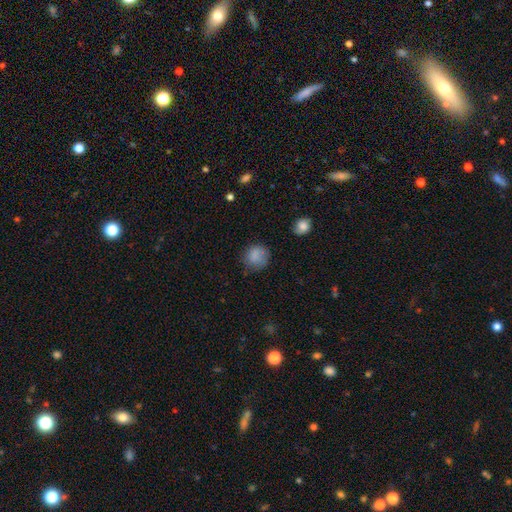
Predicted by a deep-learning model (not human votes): The model was most divided on "merging": none: 73%, minor disturbance: 19%, major disturbance: 6%, merger: 2%. More confident: how rounded — round (84%); smooth or featured — smooth (82%).